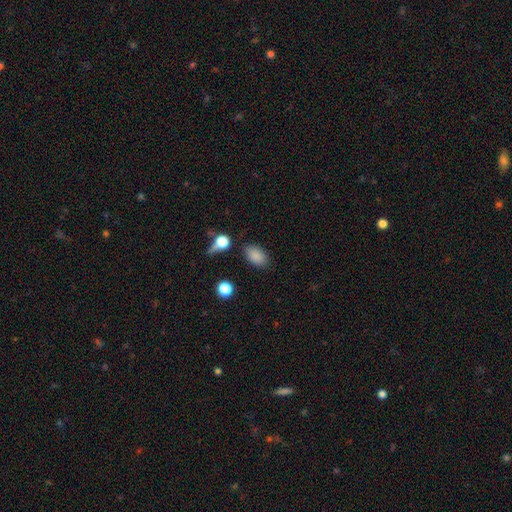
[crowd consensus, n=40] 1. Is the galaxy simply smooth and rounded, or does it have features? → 85% smooth, 10% star or artifact, 5% featured or disk.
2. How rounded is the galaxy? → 91% in between, 9% round, 0% cigar-shaped.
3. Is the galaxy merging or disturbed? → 69% none, 14% minor disturbance, 11% major disturbance, 6% merger.